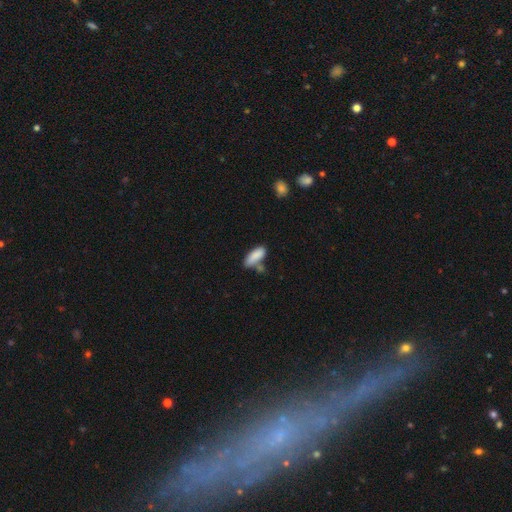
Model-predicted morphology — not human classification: This is clearly a smooth galaxy (86%). How rounded: likely in between (69%). Merging: possibly none (54%).